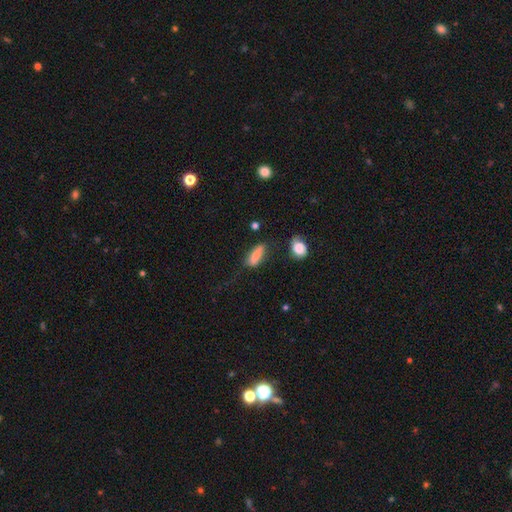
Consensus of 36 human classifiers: Smooth or featured? smooth (78%)
How rounded? in between (68%)
Merging? none (49%)